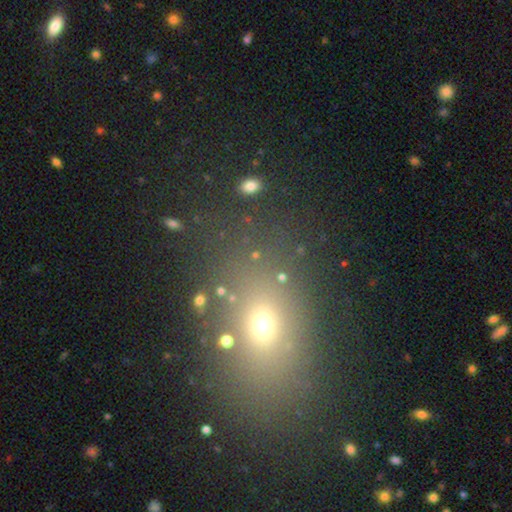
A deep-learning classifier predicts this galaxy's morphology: This is possibly a smooth galaxy (59%). How rounded: possibly in between (55%). Merging: likely none (74%).